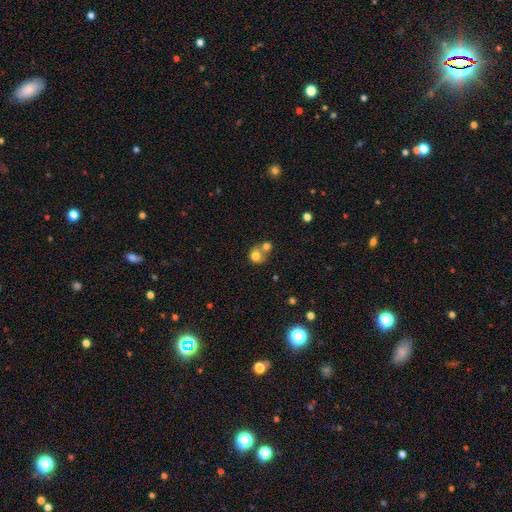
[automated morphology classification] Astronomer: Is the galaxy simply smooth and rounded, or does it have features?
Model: smooth — 77%.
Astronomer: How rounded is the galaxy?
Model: round — 77%.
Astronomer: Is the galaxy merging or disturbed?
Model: merger — 57%.